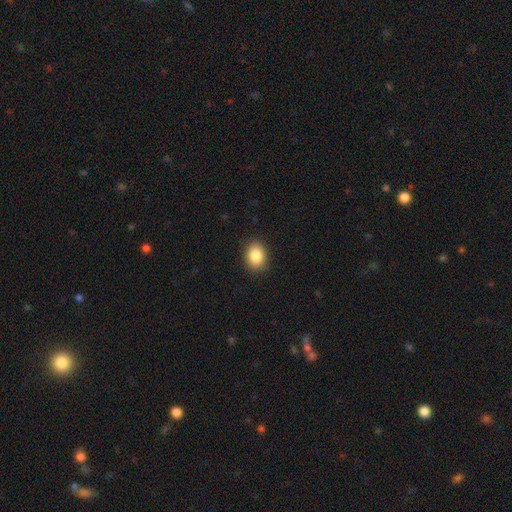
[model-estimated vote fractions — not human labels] Smooth or featured? smooth (87%)
How rounded? in between (67%)
Merging? none (89%)